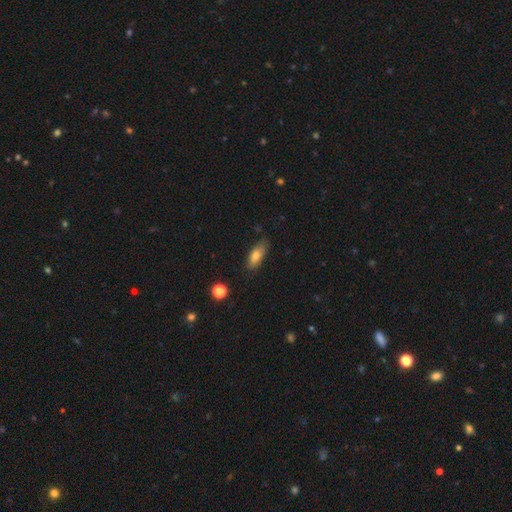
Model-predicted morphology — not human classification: type=smooth (76%); roundness=in between (76%); merging=none (76%).